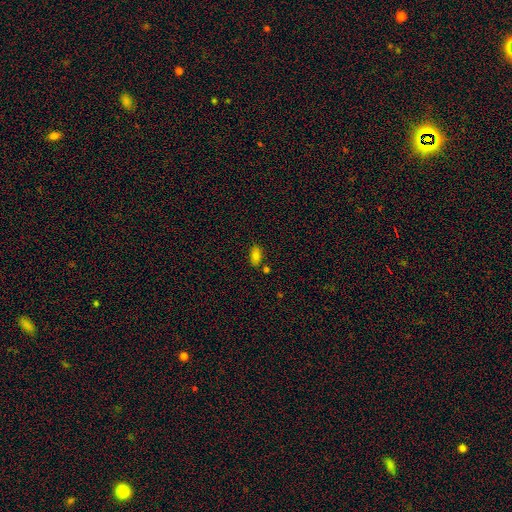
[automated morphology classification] smooth 78%, star or artifact 12%, featured or disk 10%. Down the decision tree: how rounded — in between (89%); merging — none (77%).